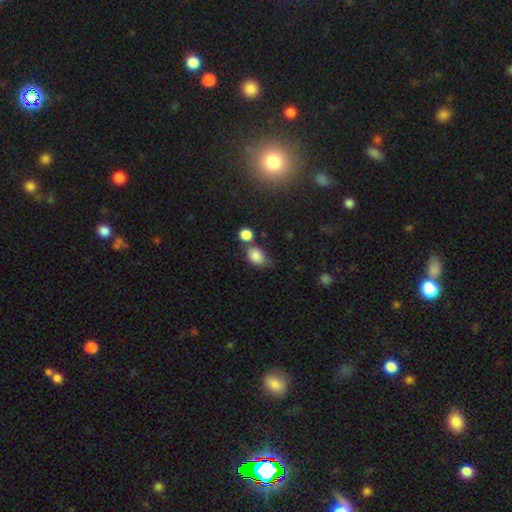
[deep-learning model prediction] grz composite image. It shows a smooth galaxy with no disk features (82%) that is in between round and cigar-shaped (65%). Merging: none (47%).